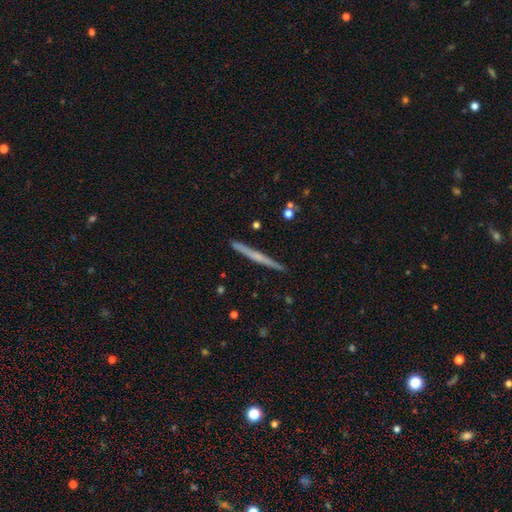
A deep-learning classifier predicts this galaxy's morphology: This appears to be a featured or disk galaxy (60%) viewed edge-on (98%) with no central bulge (57%). Merging: none (91%).